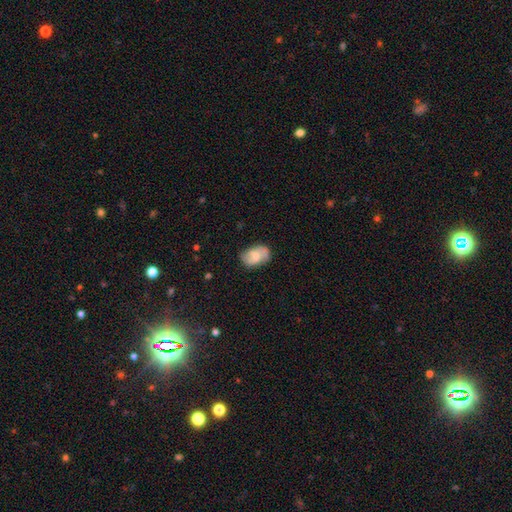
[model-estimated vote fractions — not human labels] Smooth or featured?
  - smooth: 50% *
  - featured or disk: 43%
  - star or artifact: 8%
Merging?
  - none: 66% *
  - minor disturbance: 25%
  - major disturbance: 7%
  - merger: 2%